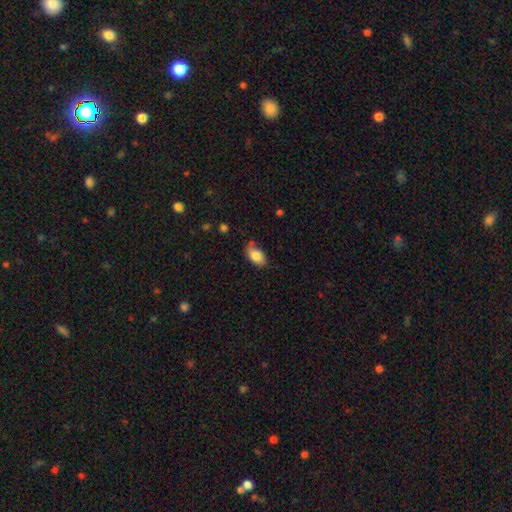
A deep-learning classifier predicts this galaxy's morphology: Smooth or featured?
  - smooth: 85% *
  - featured or disk: 8%
  - star or artifact: 7%
How rounded?
  - in between: 92% *
  - round: 6%
  - cigar-shaped: 2%
Merging?
  - none: 74% *
  - minor disturbance: 19%
  - merger: 4%
  - major disturbance: 3%